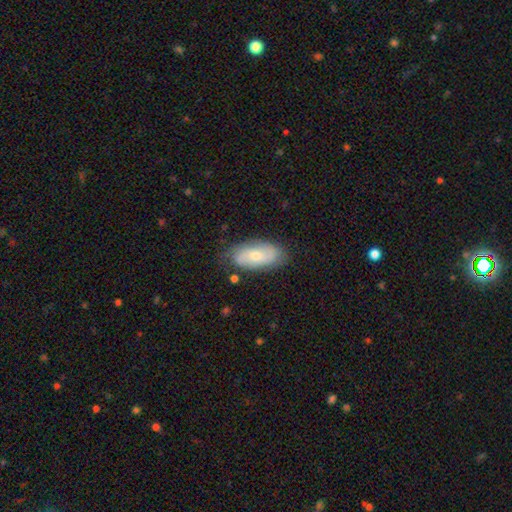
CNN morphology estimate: Smooth or featured? Predicted: smooth (p=0.50). Merging? Predicted: none (p=0.73).